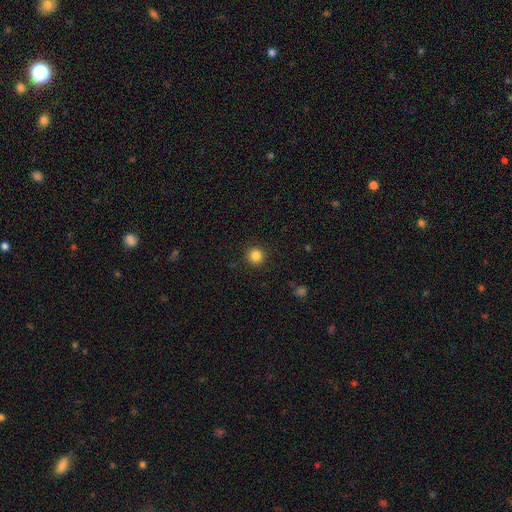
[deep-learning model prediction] This is clearly a smooth galaxy (85%). How rounded: clearly round (95%). Merging: clearly none (92%).